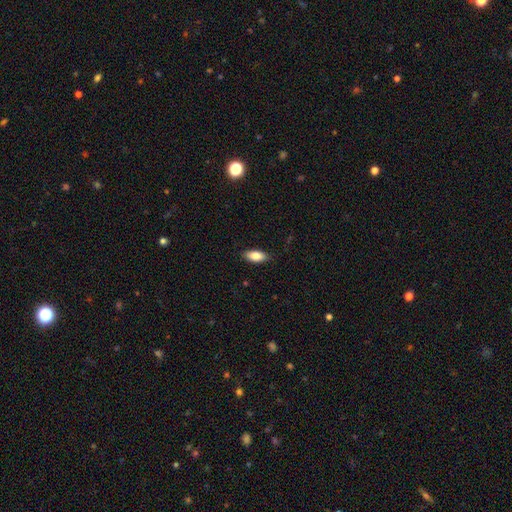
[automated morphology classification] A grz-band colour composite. It shows a smooth galaxy with no disk features (83%) that is in between round and cigar-shaped (87%). Merging: none (85%).